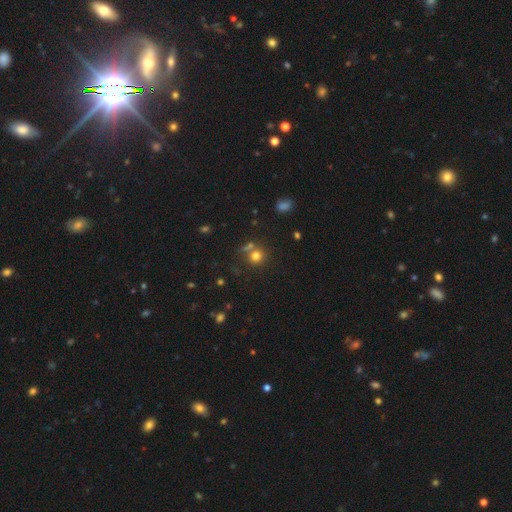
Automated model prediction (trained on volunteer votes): smooth-or-featured: smooth: 76% | star or artifact: 16% | featured or disk: 8%
  how-rounded: round: 87% | in between: 12% | cigar-shaped: 1%
  merging: none: 63% | merger: 21% | minor disturbance: 11% | major disturbance: 5%